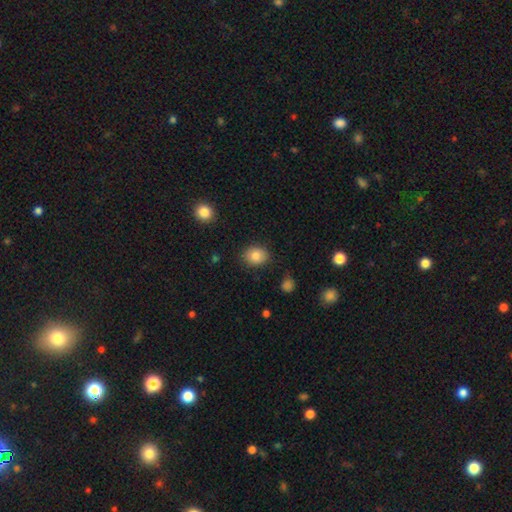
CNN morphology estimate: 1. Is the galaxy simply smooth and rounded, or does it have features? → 84% smooth, 9% star or artifact, 7% featured or disk.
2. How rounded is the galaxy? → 51% round, 48% in between, 1% cigar-shaped.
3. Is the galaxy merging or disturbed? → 85% none, 11% minor disturbance, 3% major disturbance, 2% merger.